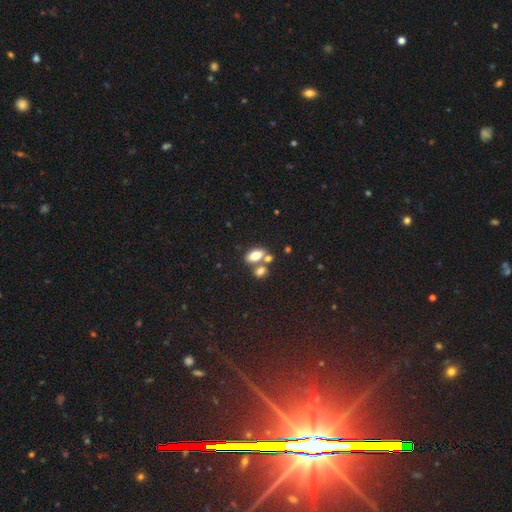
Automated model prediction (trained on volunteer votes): Q: Smooth or featured?
A: smooth (74%); runner-up: featured or disk (16%)
Q: How rounded?
A: in between (86%); runner-up: round (8%)
Q: Merging?
A: none (47%); runner-up: merger (39%)